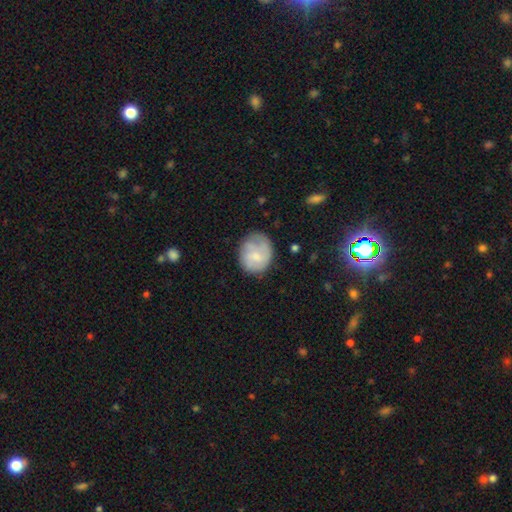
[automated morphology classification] type=smooth (57%); roundness=round (65%); merging=none (58%).